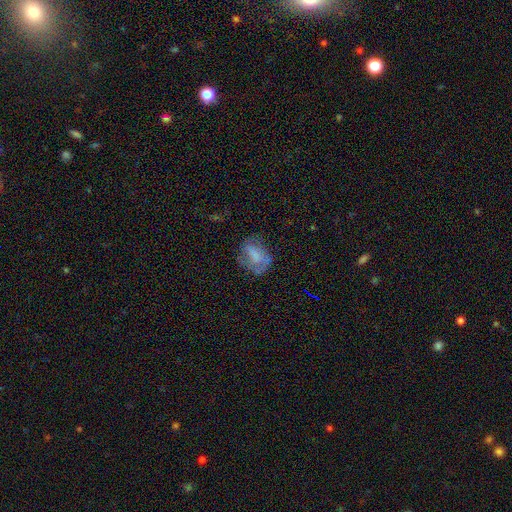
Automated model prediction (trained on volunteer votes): smooth 51%, featured or disk 38%, star or artifact 11%. Down the decision tree: how rounded — in between (67%); merging — none (49%).